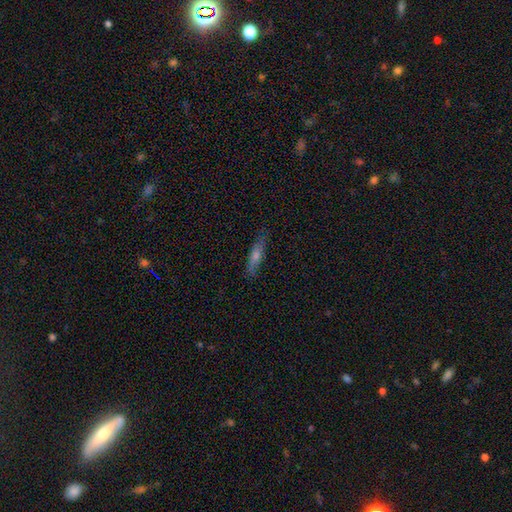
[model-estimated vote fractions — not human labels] A smooth galaxy with no disk features (49%).

Vote fractions:
- Smooth or featured? smooth: 49% / featured or disk: 42% / star or artifact: 9%
- Merging? none: 82% / minor disturbance: 14% / major disturbance: 3% / merger: 1%